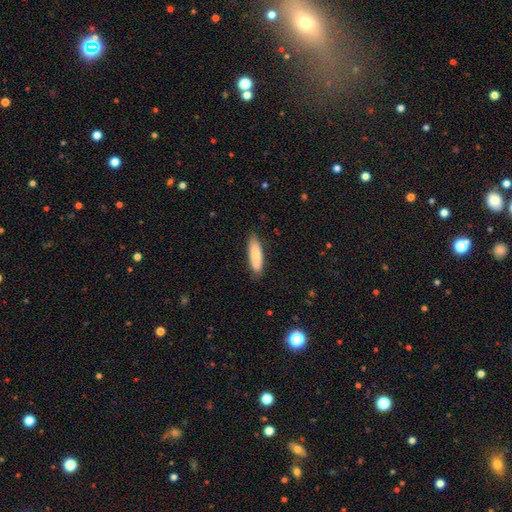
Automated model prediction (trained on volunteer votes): A smooth galaxy with no disk features (82%) that is cigar-shaped (52%).

Vote fractions:
- Smooth or featured? smooth: 82% / featured or disk: 13% / star or artifact: 6%
- How rounded? cigar-shaped: 52% / in between: 46% / round: 2%
- Merging? none: 85% / minor disturbance: 12% / major disturbance: 2% / merger: 1%